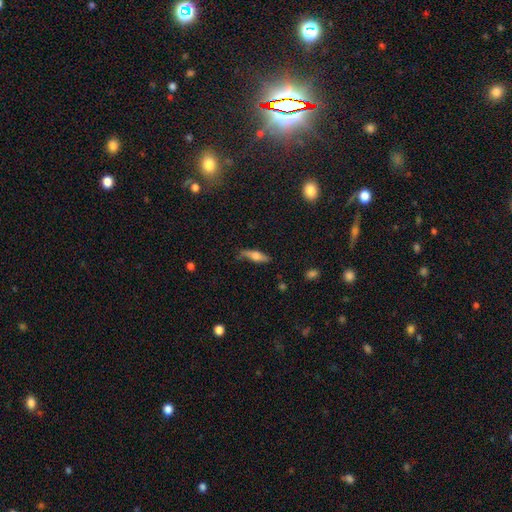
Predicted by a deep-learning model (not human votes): smooth 60%, featured or disk 33%, star or artifact 7%. Down the decision tree: how rounded — cigar-shaped (60%); merging — none (68%).